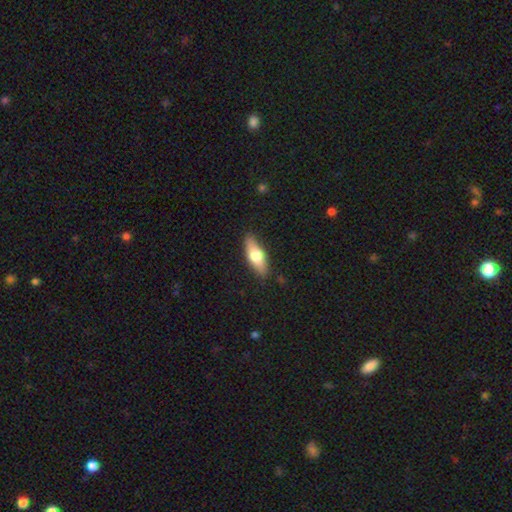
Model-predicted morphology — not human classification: Smooth or featured?
  - smooth: 60% *
  - featured or disk: 34%
  - star or artifact: 6%
How rounded?
  - in between: 63% *
  - cigar-shaped: 34%
  - round: 3%
Merging?
  - none: 87% *
  - minor disturbance: 10%
  - major disturbance: 2%
  - merger: 1%